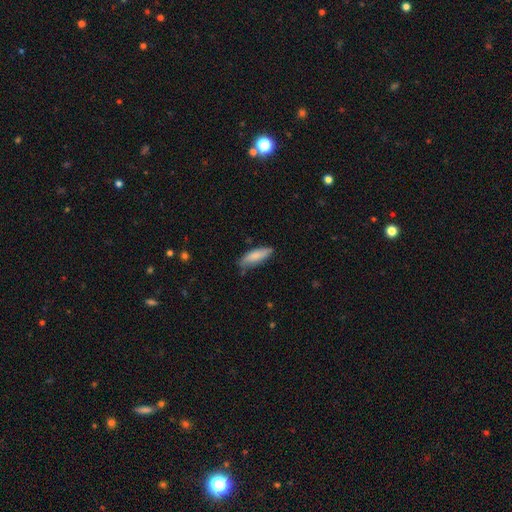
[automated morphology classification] This appears to be a smooth galaxy with no disk features (80%) that is cigar-shaped (50%). Merging: none (75%).